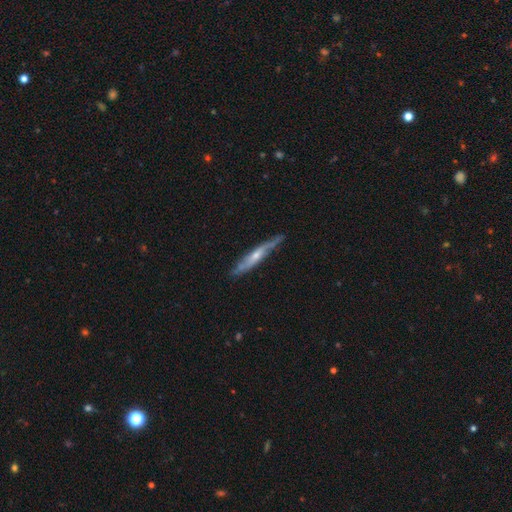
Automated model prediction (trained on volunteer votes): A featured or disk galaxy (69%) viewed edge-on (75%) with a rounded central bulge (61%). Merging: none (73%).